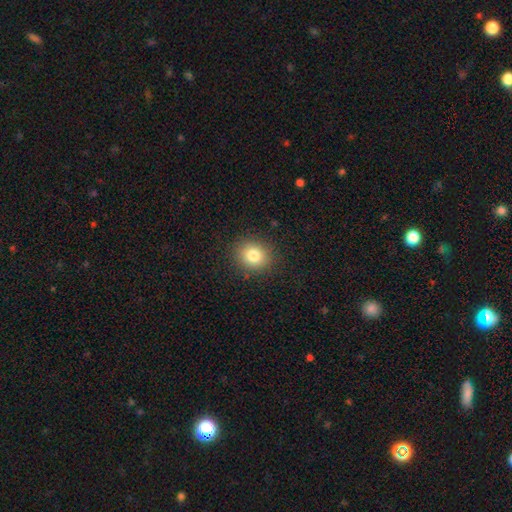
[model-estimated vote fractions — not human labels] This appears to be a smooth galaxy with no disk features (78%) that is round (83%). Merging: none (92%).